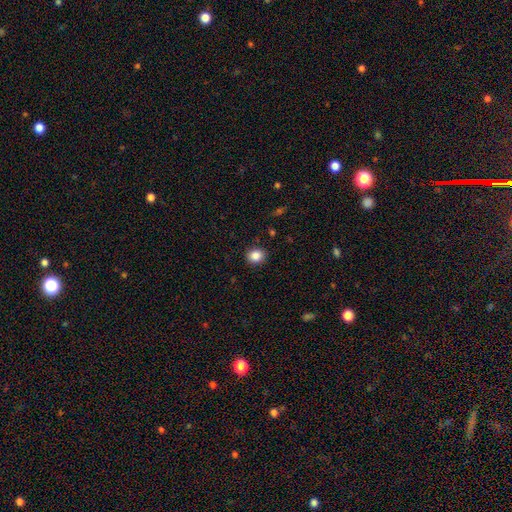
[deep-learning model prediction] A smooth galaxy with no disk features (86%) that is round (69%). Merging: none (89%).